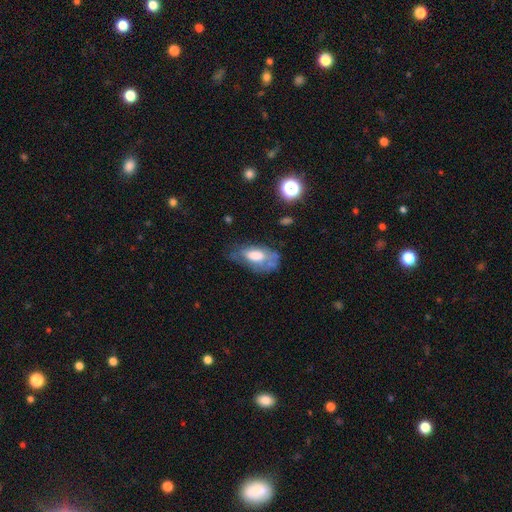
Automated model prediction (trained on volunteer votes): A smooth galaxy with no disk features (53%) that is in between round and cigar-shaped (90%).

Vote fractions:
- Smooth or featured? smooth: 53% / featured or disk: 38% / star or artifact: 8%
- How rounded? in between: 90% / cigar-shaped: 6% / round: 4%
- Merging? none: 38% / minor disturbance: 33% / major disturbance: 25% / merger: 4%